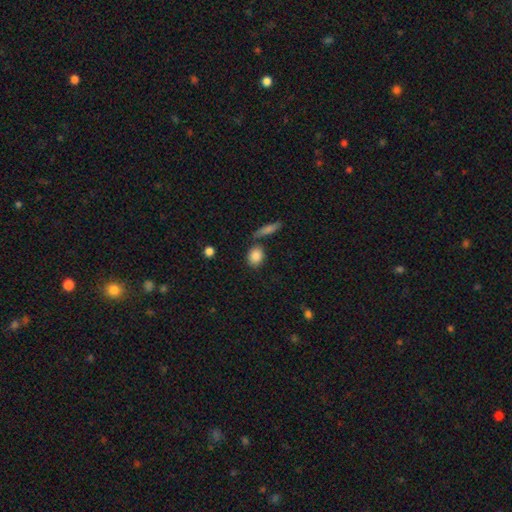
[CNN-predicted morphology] smooth 86%, star or artifact 8%, featured or disk 6%. Down the decision tree: how rounded — round (55%); merging — none (72%).